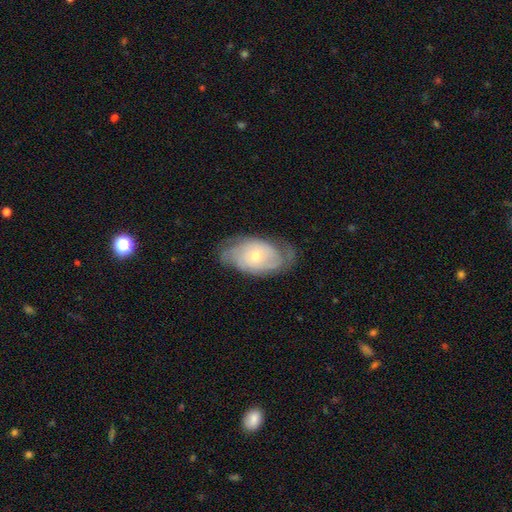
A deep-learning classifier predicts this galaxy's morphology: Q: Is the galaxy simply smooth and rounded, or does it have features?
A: featured or disk — 73%.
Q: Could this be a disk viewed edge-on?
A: no — 94%.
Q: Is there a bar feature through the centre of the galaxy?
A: no — 78%.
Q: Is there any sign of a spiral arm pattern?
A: yes — 87%.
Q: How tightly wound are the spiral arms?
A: tight — 60%.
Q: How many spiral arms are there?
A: can't tell — 40%.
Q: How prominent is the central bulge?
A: small — 54%.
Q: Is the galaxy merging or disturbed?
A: none — 66%.